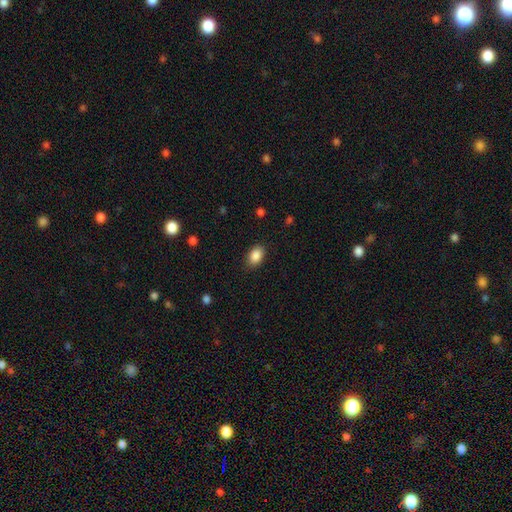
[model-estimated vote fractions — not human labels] Smooth or featured? smooth (88%)
How rounded? in between (85%)
Merging? none (86%)